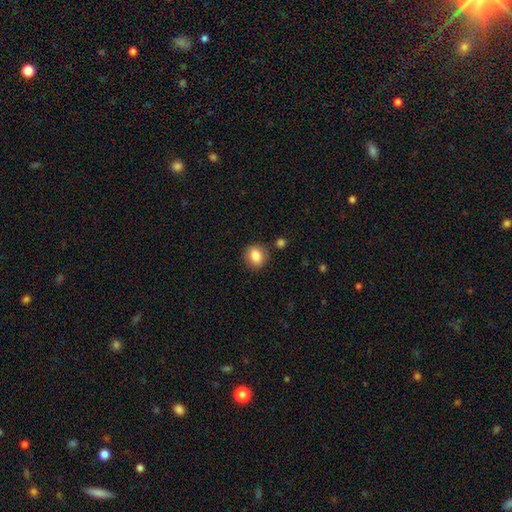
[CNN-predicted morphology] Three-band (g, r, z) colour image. It shows a smooth galaxy with no disk features (84%) that is round (67%). Merging: none (84%).